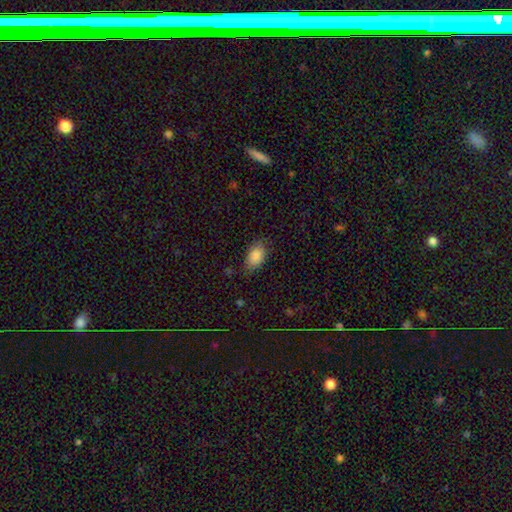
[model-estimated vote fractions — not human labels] A smooth galaxy with no disk features (88%) that is in between round and cigar-shaped (89%).

Vote fractions:
- Smooth or featured? smooth: 88% / star or artifact: 7% / featured or disk: 5%
- How rounded? in between: 89% / round: 9% / cigar-shaped: 2%
- Merging? none: 75% / minor disturbance: 20% / major disturbance: 4% / merger: 1%